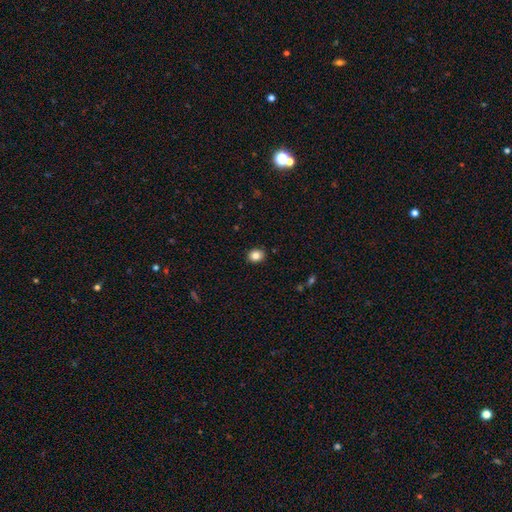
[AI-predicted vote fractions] smooth_or_featured: smooth (p=0.84) [alt: star or artifact p=0.10]
how_rounded: round (p=0.64) [alt: in between p=0.35]
merging: none (p=0.90) [alt: minor disturbance p=0.08]